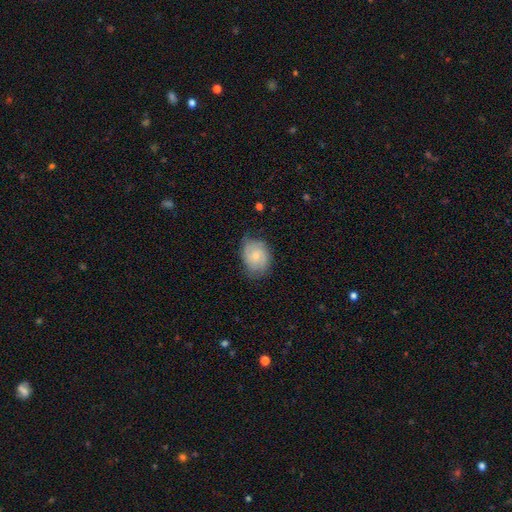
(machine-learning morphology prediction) type=featured or disk (53%); edge-on=no (97%); bar=no (74%); spiral arms=yes (85%); bulge=small (62%); merging=none (65%).